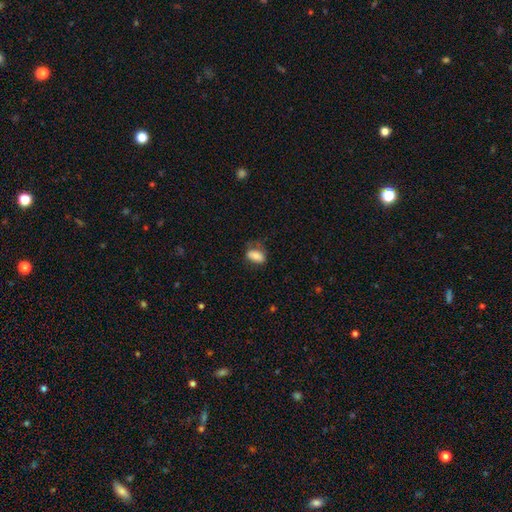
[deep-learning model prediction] Morphology: type=smooth (79%); roundness=in between (87%); merging=none (59%).